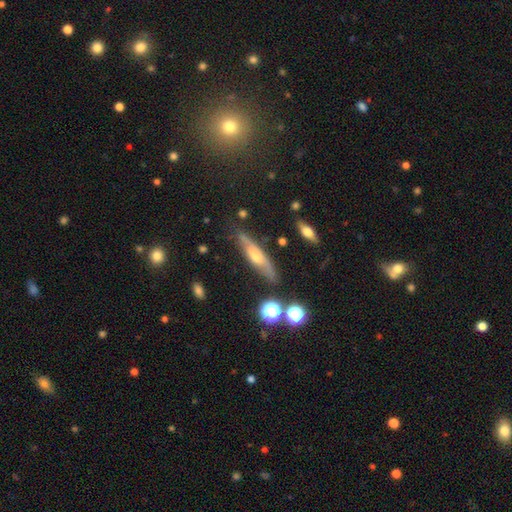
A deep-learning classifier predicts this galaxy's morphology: The model was most divided on "smooth or featured": featured or disk: 50%, smooth: 39%, star or artifact: 11%. More confident: edge-on disk — yes (75%); merging — none (73%).